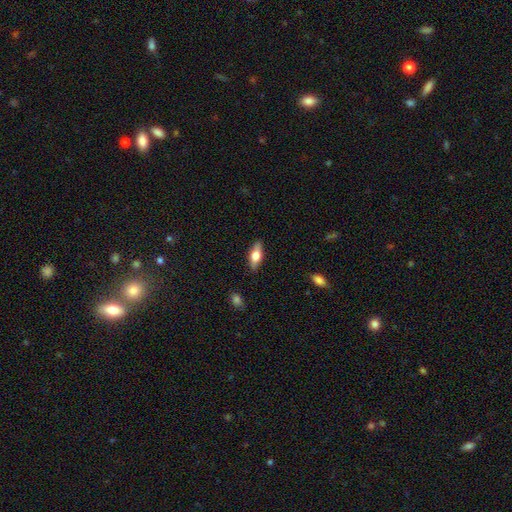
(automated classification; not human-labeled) Smooth or featured? Predicted: smooth (p=0.56). How rounded? Predicted: in between (p=0.70). Merging? Predicted: none (p=0.86).